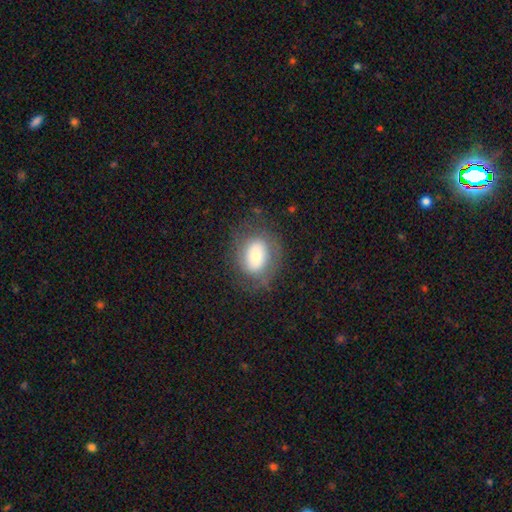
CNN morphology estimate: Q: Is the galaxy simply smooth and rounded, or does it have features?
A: smooth — 59%.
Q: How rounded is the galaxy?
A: in between — 65%.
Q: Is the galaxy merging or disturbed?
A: none — 67%.